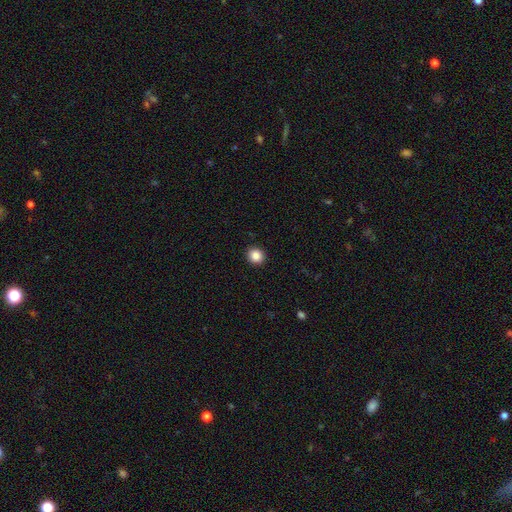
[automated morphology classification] A smooth galaxy with no disk features (86%) that is round (88%). Merging: none (93%).